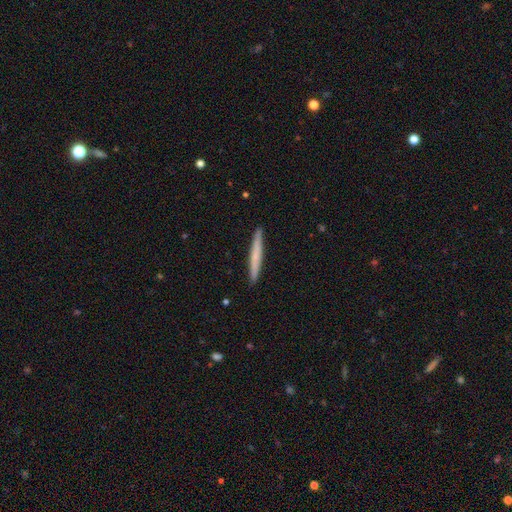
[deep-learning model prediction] Morphology: type=smooth (61%); roundness=cigar-shaped (97%); merging=none (92%).